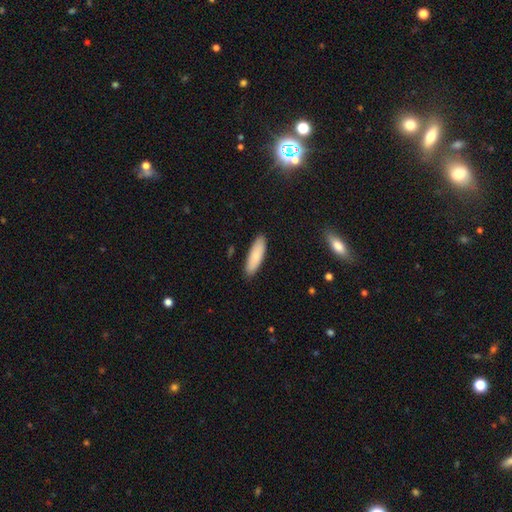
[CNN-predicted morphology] This appears to be a smooth galaxy with no disk features (85%) that is cigar-shaped (54%). Merging: none (89%).